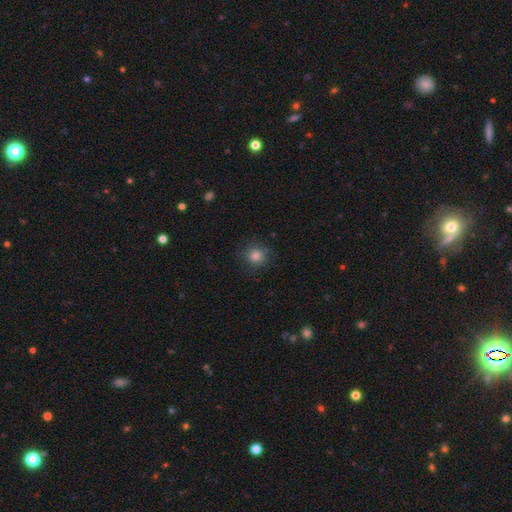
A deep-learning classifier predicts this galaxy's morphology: smooth 82%, star or artifact 12%, featured or disk 6%. Down the decision tree: how rounded — round (90%); merging — none (83%).